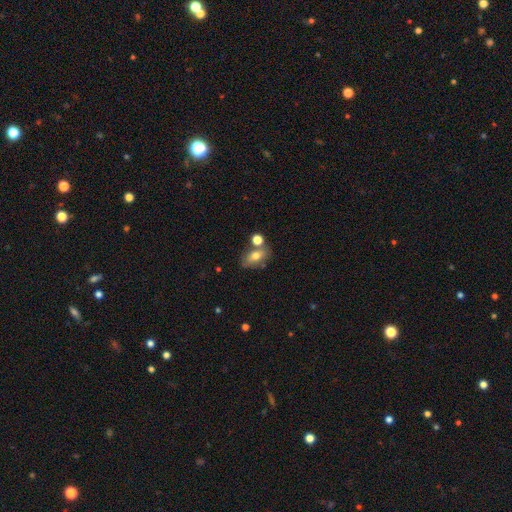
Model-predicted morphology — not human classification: type=smooth (66%); roundness=in between (81%); merging=none (55%).